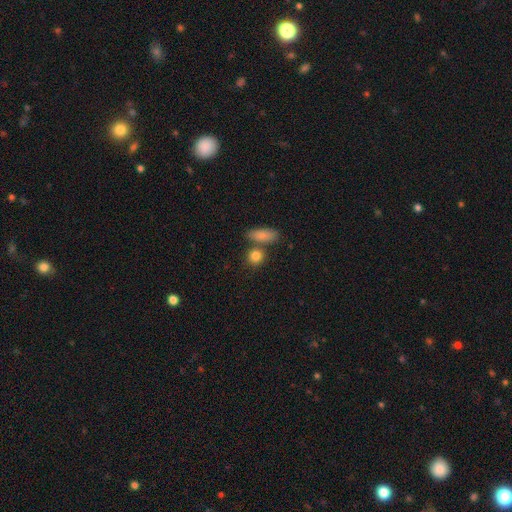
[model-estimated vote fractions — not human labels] smooth 84%, star or artifact 8%, featured or disk 8%. Down the decision tree: how rounded — round (71%); merging — none (64%).